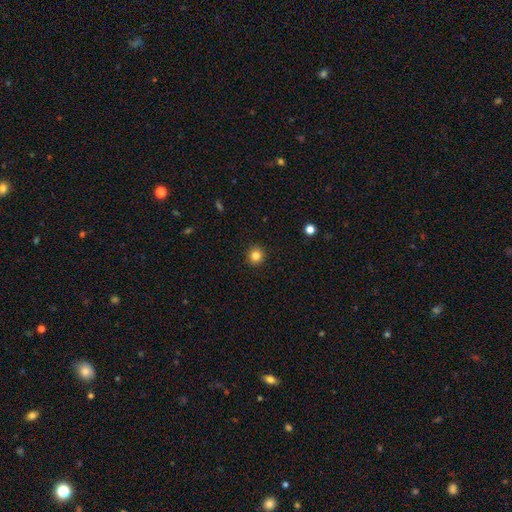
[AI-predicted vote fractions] smooth 83%, star or artifact 12%, featured or disk 5%. Down the decision tree: how rounded — round (94%); merging — none (92%).